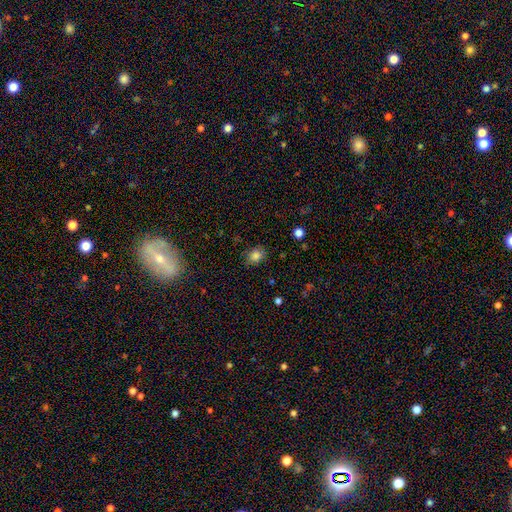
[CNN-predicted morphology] The model was most divided on "how rounded": round: 50%, in between: 49%, cigar-shaped: 1%. More confident: smooth or featured — smooth (83%); merging — none (80%).